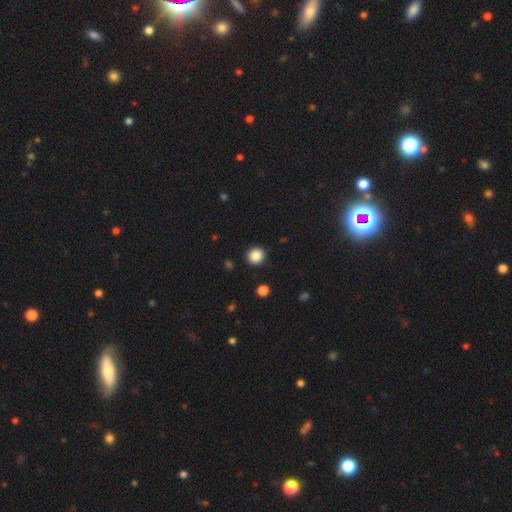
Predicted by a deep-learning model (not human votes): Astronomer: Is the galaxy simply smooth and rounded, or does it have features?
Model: smooth — 87%.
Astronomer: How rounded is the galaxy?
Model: round — 91%.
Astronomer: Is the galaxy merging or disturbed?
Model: none — 91%.